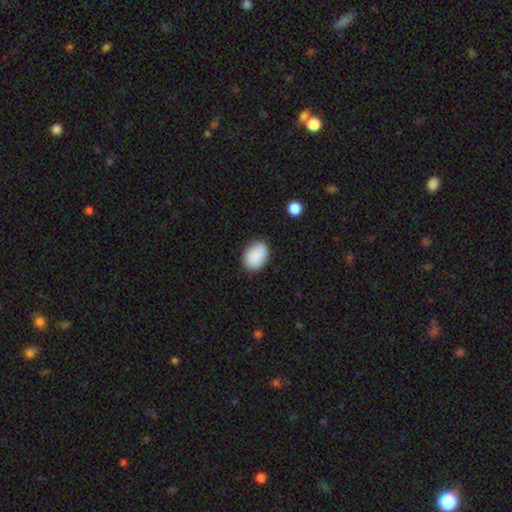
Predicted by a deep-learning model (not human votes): Q: Smooth or featured?
A: smooth (88%); runner-up: star or artifact (7%)
Q: How rounded?
A: in between (74%); runner-up: round (25%)
Q: Merging?
A: none (82%); runner-up: minor disturbance (13%)